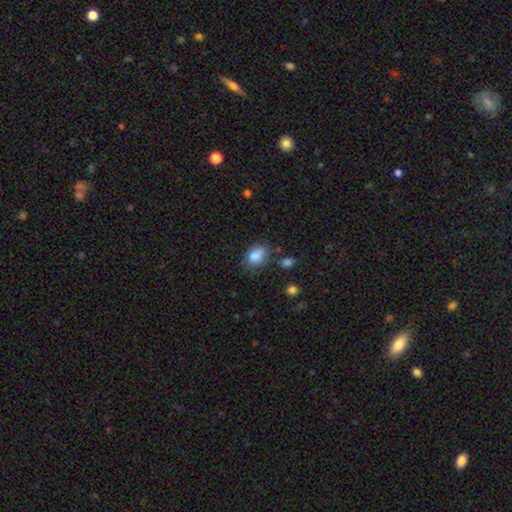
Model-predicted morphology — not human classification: This is clearly a smooth galaxy (85%). How rounded: clearly in between (81%). Merging: possibly none (57%).